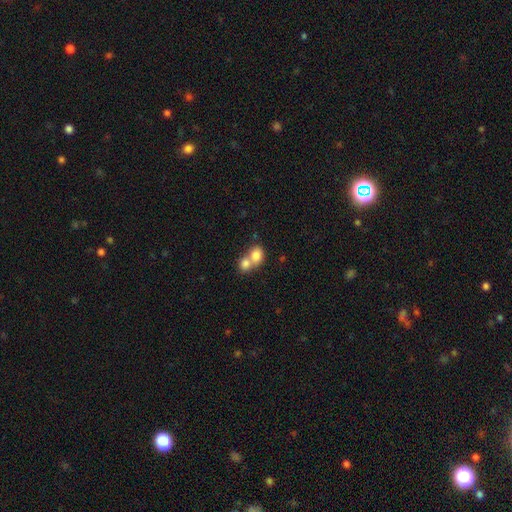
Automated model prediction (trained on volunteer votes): smooth-or-featured: smooth: 79% | featured or disk: 12% | star or artifact: 9%
  how-rounded: round: 56% | in between: 43% | cigar-shaped: 1%
  merging: merger: 68% | none: 24% | minor disturbance: 5% | major disturbance: 2%